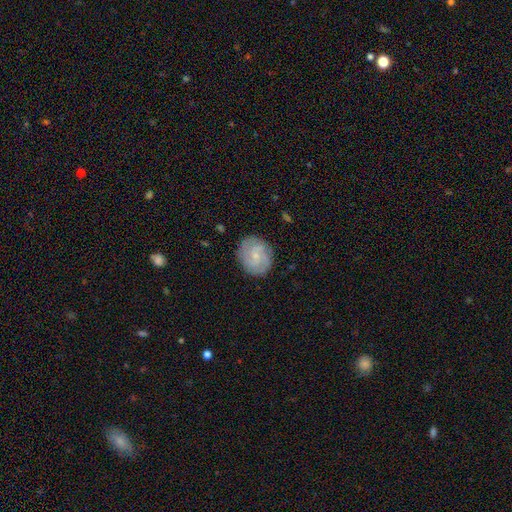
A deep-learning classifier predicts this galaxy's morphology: A featured or disk galaxy (69%) with no bar (59%), 2 (36%) tight (48%) spiral arms (92%) and a small central bulge (74%).

Vote fractions:
- Smooth or featured? featured or disk: 69% / smooth: 25% / star or artifact: 7%
- Edge-on disk? no: 98% / yes: 2%
- Bar? no: 59% / weak: 36% / strong: 5%
- Spiral arms? yes: 92% / no: 8%
- Spiral winding? tight: 48% / medium: 40% / loose: 12%
- Spiral arm count? 2: 36% / can't tell: 24% / 3: 23% / 4: 7% / 1: 5% / more than 4: 4%
- Bulge size? small: 74% / moderate: 19% / none: 5% / large: 1% / dominant: 1%
- Merging? none: 83% / minor disturbance: 12% / major disturbance: 3% / merger: 1%